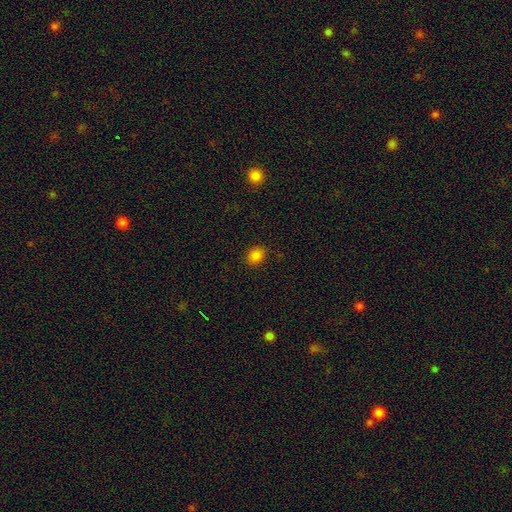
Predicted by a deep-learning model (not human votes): smooth-or-featured: smooth: 83% | star or artifact: 13% | featured or disk: 4%
  how-rounded: round: 52% | in between: 47% | cigar-shaped: 1%
  merging: none: 88% | minor disturbance: 8% | major disturbance: 2% | merger: 1%